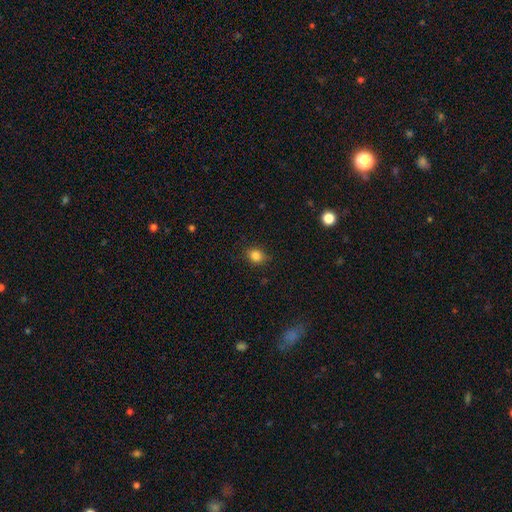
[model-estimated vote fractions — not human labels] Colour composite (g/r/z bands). It shows a smooth galaxy with no disk features (84%) that is round (54%). Merging: none (86%).